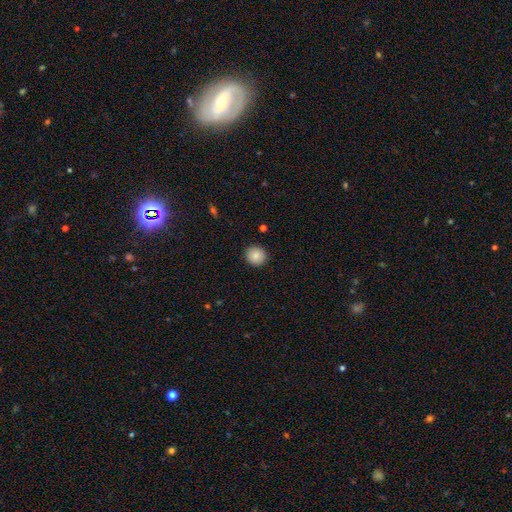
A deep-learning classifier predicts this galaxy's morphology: smooth 87%, star or artifact 8%, featured or disk 5%. Down the decision tree: how rounded — round (90%); merging — none (92%).